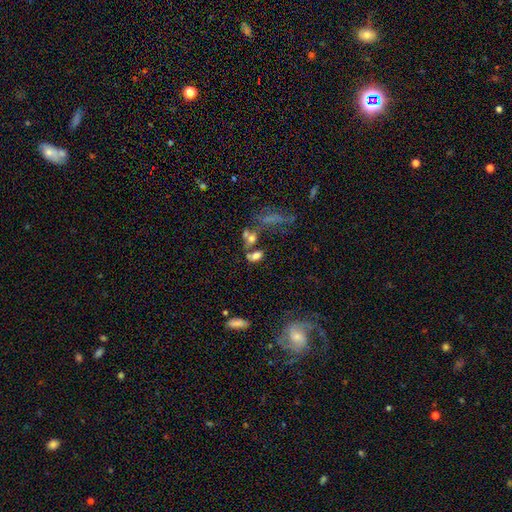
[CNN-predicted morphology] Smooth or featured?
  - smooth: 67% *
  - featured or disk: 17%
  - star or artifact: 16%
How rounded?
  - in between: 82% *
  - round: 11%
  - cigar-shaped: 7%
Merging?
  - merger: 38% *
  - none: 37%
  - minor disturbance: 14%
  - major disturbance: 10%